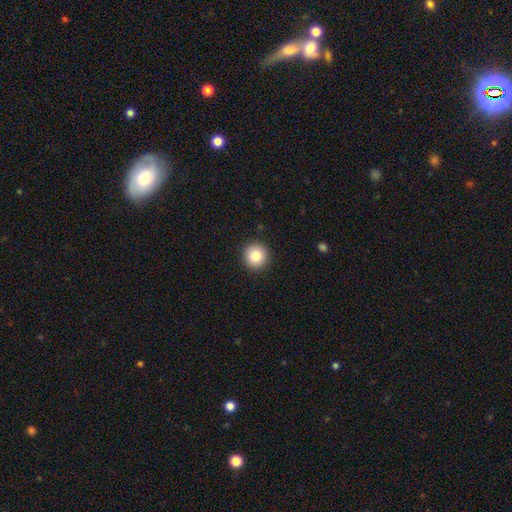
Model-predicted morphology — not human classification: The model was most divided on "smooth or featured": smooth: 83%, star or artifact: 9%, featured or disk: 8%. More confident: how rounded — round (95%); merging — none (92%).